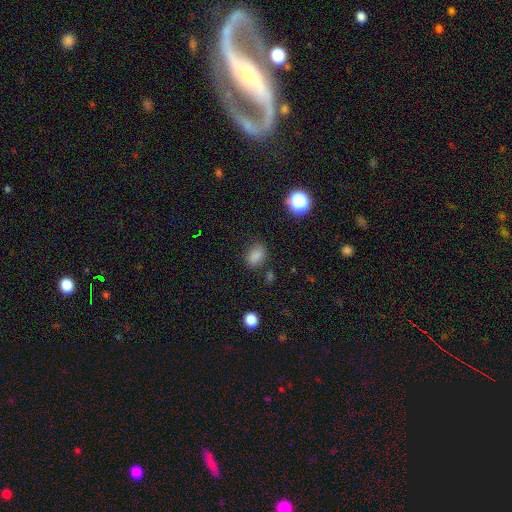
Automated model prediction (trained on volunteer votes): smooth-or-featured: smooth: 82% | star or artifact: 13% | featured or disk: 5%
  how-rounded: in between: 78% | round: 21% | cigar-shaped: 2%
  merging: none: 78% | minor disturbance: 15% | major disturbance: 4% | merger: 3%